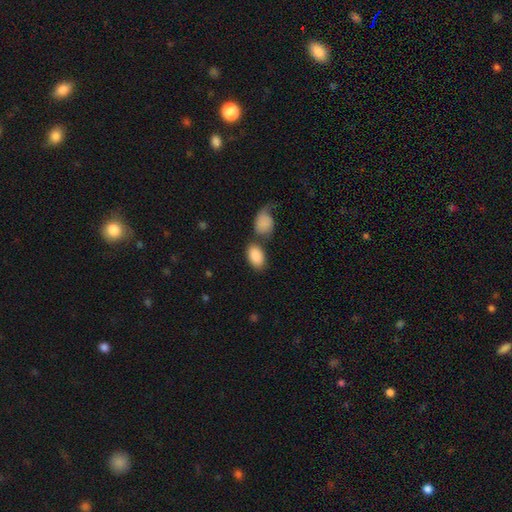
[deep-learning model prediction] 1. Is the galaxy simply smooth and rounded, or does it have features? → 88% smooth, 6% featured or disk, 6% star or artifact.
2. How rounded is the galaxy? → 91% in between, 8% round, 1% cigar-shaped.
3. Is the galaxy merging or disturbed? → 56% none, 25% merger, 12% minor disturbance, 7% major disturbance.